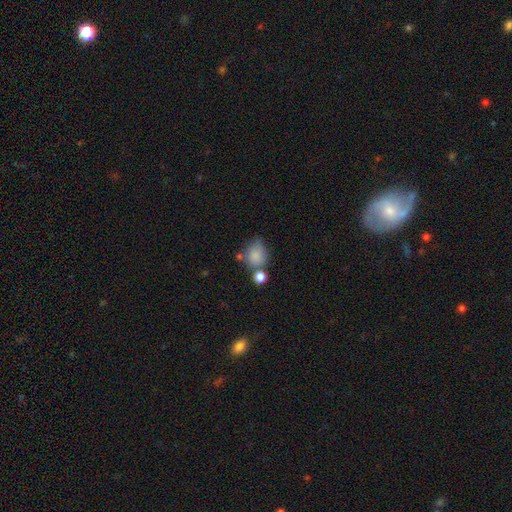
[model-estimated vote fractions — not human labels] This is clearly a smooth galaxy (83%). How rounded: possibly round (58%). Merging: possibly none (46%).